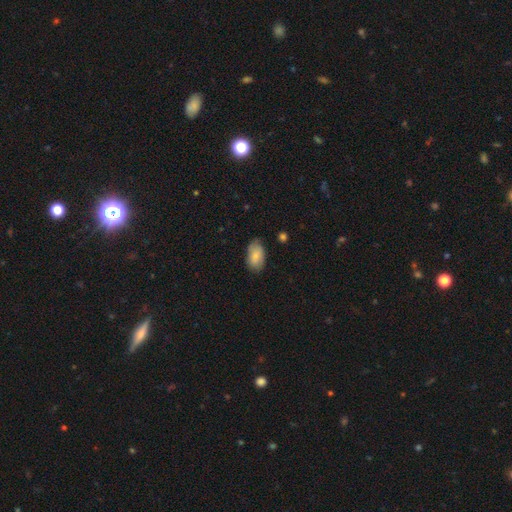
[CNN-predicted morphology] This is clearly a smooth galaxy (80%). How rounded: clearly in between (93%). Merging: likely none (75%).